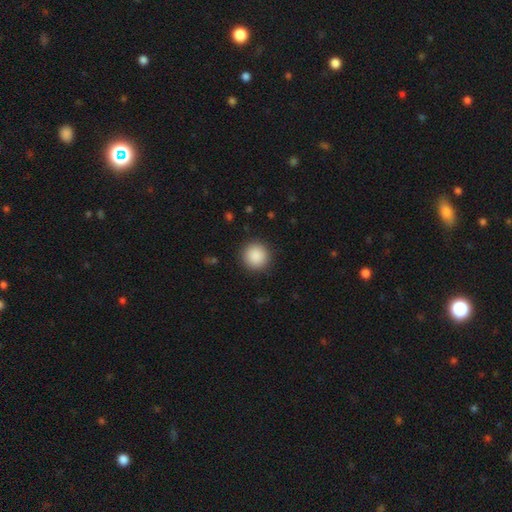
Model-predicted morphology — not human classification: This appears to be a smooth galaxy with no disk features (89%) that is round (95%). Merging: none (92%).